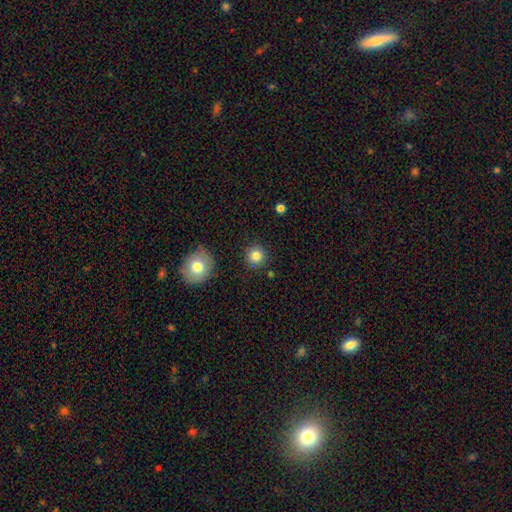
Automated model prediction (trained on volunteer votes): Q: Smooth or featured?
A: smooth (83%); runner-up: star or artifact (11%)
Q: How rounded?
A: round (94%); runner-up: in between (5%)
Q: Merging?
A: none (89%); runner-up: minor disturbance (7%)